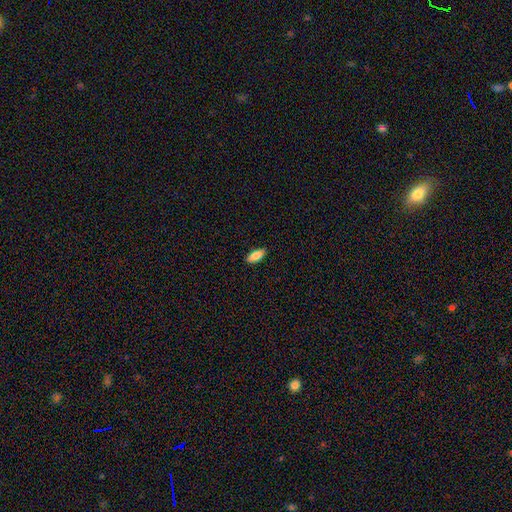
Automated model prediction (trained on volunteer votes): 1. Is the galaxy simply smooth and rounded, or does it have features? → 85% smooth, 8% featured or disk, 6% star or artifact.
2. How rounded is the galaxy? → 79% in between, 19% cigar-shaped, 2% round.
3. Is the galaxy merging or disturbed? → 89% none, 9% minor disturbance, 2% major disturbance, 1% merger.